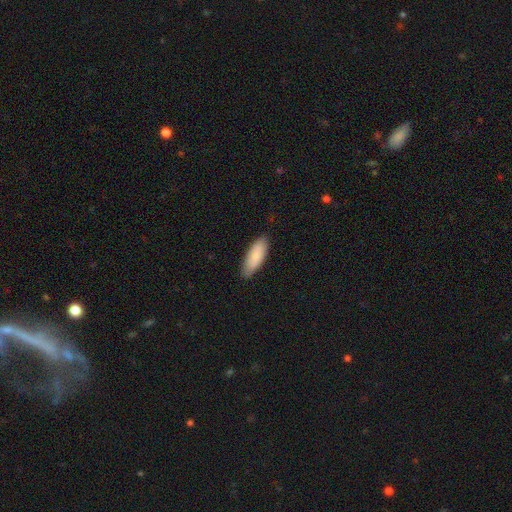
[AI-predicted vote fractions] Smooth or featured? Predicted: smooth (p=0.84). How rounded? Predicted: in between (p=0.72). Merging? Predicted: none (p=0.82).